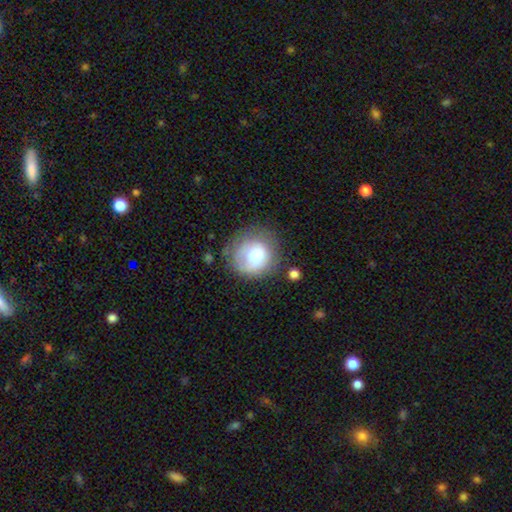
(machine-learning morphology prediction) Q: Smooth or featured?
A: smooth (67%); runner-up: featured or disk (25%)
Q: How rounded?
A: round (85%); runner-up: in between (14%)
Q: Merging?
A: none (57%); runner-up: minor disturbance (23%)